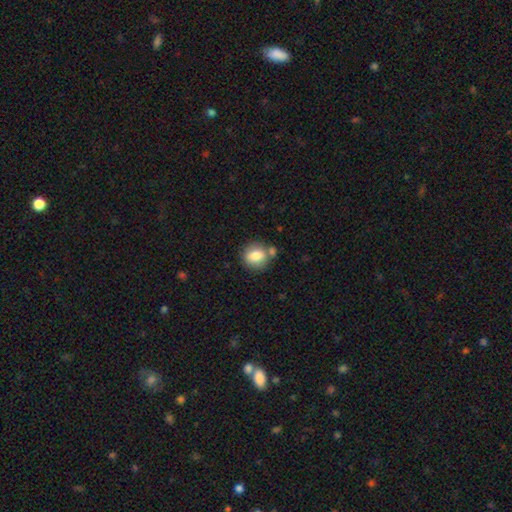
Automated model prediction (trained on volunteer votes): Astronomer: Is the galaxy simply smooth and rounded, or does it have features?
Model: smooth — 80%.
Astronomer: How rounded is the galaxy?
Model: round — 76%.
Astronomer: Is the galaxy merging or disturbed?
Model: none — 68%.